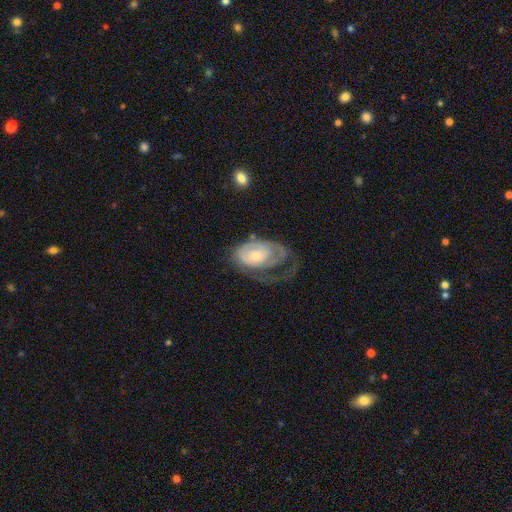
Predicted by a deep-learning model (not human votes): Smooth or featured? Predicted: featured or disk (p=0.62). Edge-on disk? Predicted: no (p=0.95). Bar? Predicted: no (p=0.77). Spiral arms? Predicted: yes (p=0.69). Bulge size? Predicted: small (p=0.53). Merging? Predicted: major disturbance (p=0.49).